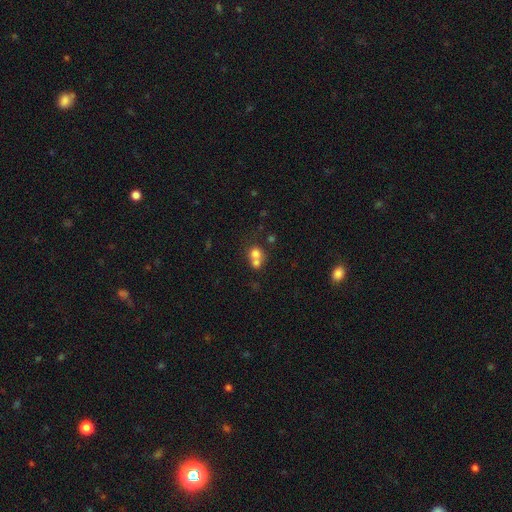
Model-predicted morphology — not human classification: Smooth or featured? smooth (71%)
How rounded? round (79%)
Merging? merger (62%)